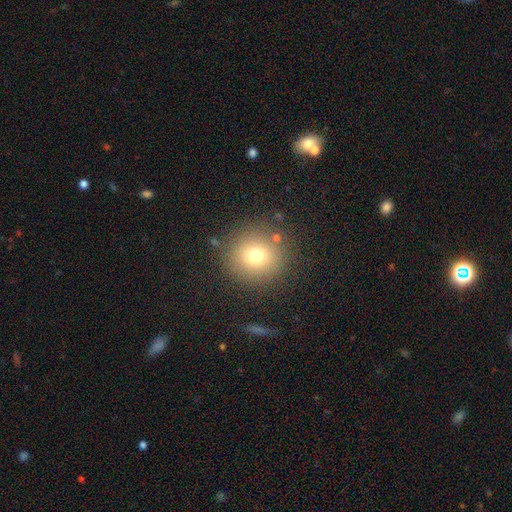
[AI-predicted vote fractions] Morphology: type=smooth (75%); roundness=round (92%); merging=none (85%).